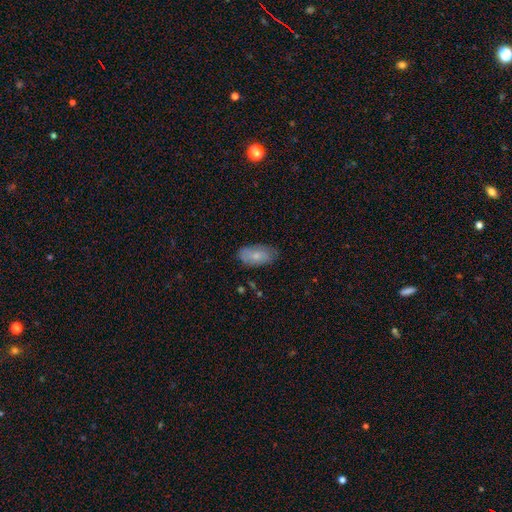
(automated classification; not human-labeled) Smooth or featured? Predicted: smooth (p=0.74). How rounded? Predicted: in between (p=0.93). Merging? Predicted: none (p=0.76).